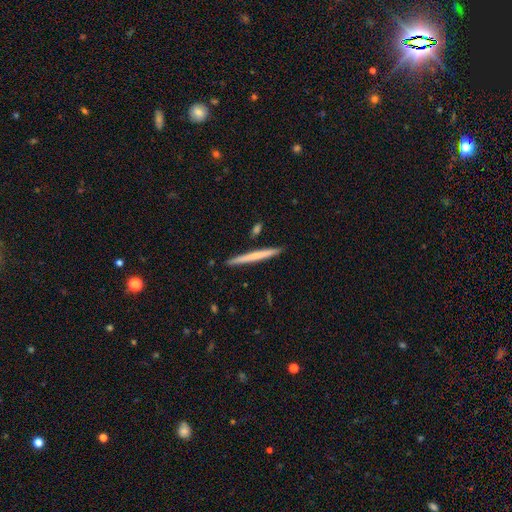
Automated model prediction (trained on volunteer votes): This appears to be a smooth galaxy with no disk features (56%) that is cigar-shaped (97%). Merging: none (90%).